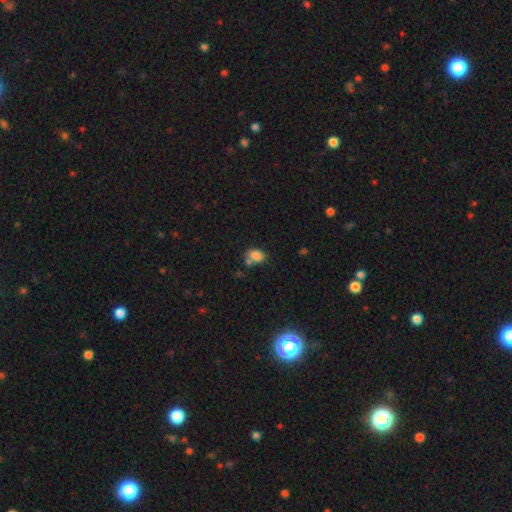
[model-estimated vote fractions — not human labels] The model was most divided on "merging": none: 50%, merger: 27%, minor disturbance: 17%, major disturbance: 6%. More confident: smooth or featured — smooth (83%); how rounded — in between (75%).